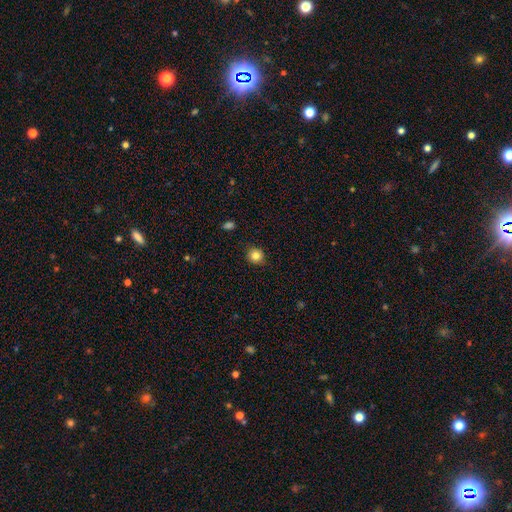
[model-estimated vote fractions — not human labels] This is clearly a smooth galaxy (83%). How rounded: clearly round (88%). Merging: clearly none (88%).